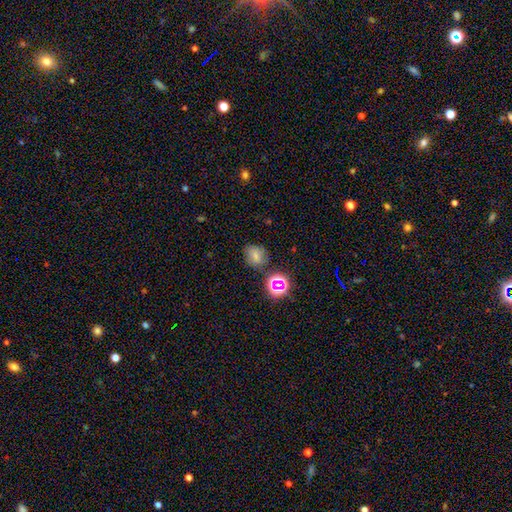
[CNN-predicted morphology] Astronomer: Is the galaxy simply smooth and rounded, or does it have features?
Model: smooth — 68%.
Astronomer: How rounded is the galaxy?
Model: round — 67%.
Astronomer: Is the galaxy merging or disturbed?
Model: none — 73%.